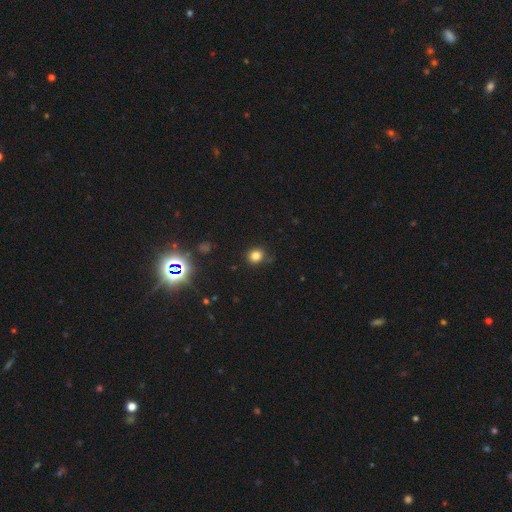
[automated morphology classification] Smooth or featured? smooth (78%)
How rounded? round (79%)
Merging? none (80%)